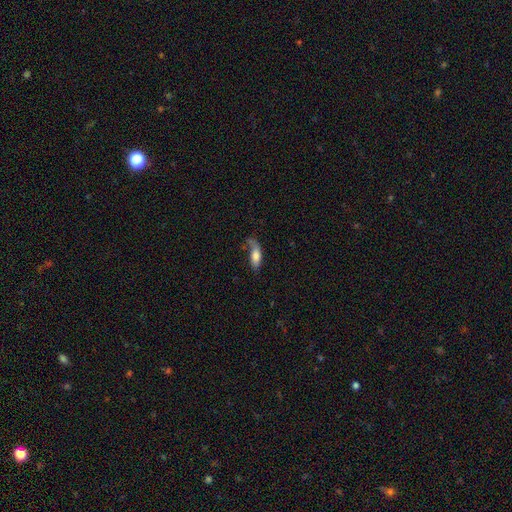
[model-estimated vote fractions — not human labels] Q: Smooth or featured?
A: smooth (68%); runner-up: featured or disk (24%)
Q: How rounded?
A: in between (68%); runner-up: cigar-shaped (29%)
Q: Merging?
A: none (38%); runner-up: minor disturbance (27%)